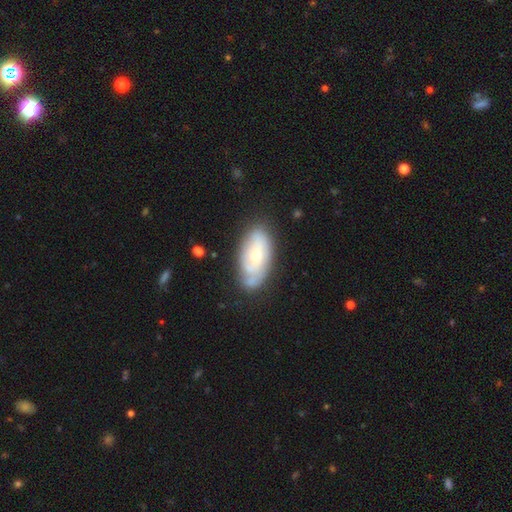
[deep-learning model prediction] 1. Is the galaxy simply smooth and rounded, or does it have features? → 56% featured or disk, 38% smooth, 6% star or artifact.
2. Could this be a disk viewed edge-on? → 91% no, 9% yes.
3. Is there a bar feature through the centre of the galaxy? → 75% no, 21% weak, 4% strong.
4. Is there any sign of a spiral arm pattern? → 70% yes, 30% no.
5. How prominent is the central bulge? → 53% small, 41% moderate, 3% large, 2% none, 1% dominant.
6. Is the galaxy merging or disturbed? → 68% none, 22% minor disturbance, 6% major disturbance, 3% merger.